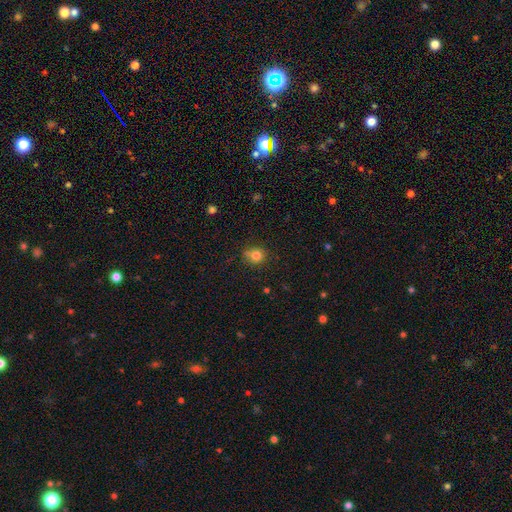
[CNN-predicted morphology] Smooth or featured? smooth (80%)
How rounded? round (77%)
Merging? none (69%)